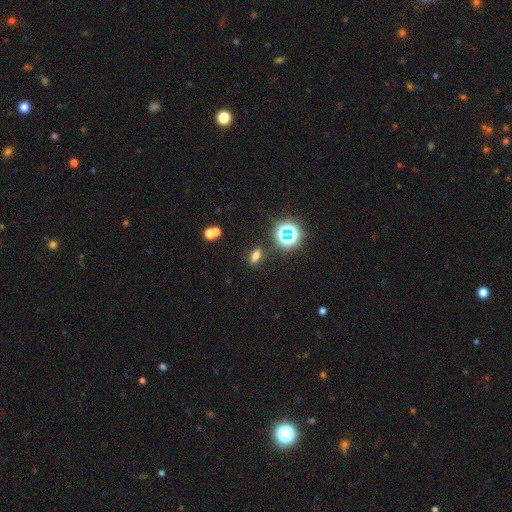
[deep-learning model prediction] smooth 65%, star or artifact 25%, featured or disk 10%. Down the decision tree: how rounded — in between (73%); merging — none (84%).